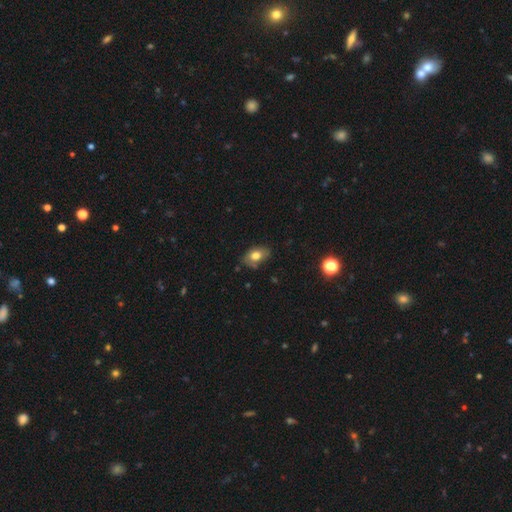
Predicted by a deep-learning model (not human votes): Smooth or featured?
  - smooth: 73% *
  - featured or disk: 18%
  - star or artifact: 9%
How rounded?
  - in between: 86% *
  - round: 12%
  - cigar-shaped: 2%
Merging?
  - none: 69% *
  - minor disturbance: 24%
  - major disturbance: 5%
  - merger: 3%